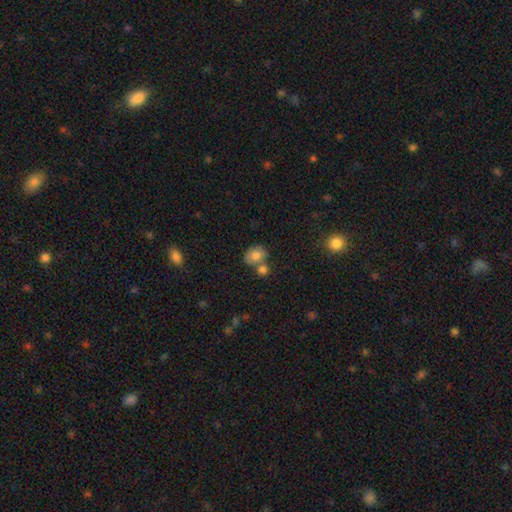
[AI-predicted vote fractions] The model was most divided on "how rounded": in between: 51%, round: 48%, cigar-shaped: 1%. Remaining: smooth or featured — smooth (77%); merging — none (48%).